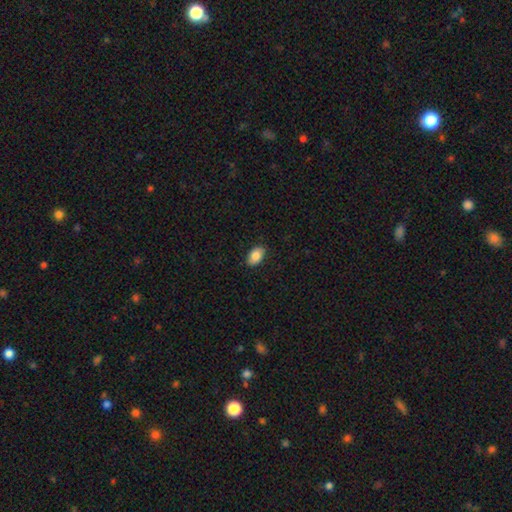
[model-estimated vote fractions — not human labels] Q: Smooth or featured?
A: smooth (86%); runner-up: star or artifact (7%)
Q: How rounded?
A: in between (91%); runner-up: round (8%)
Q: Merging?
A: none (88%); runner-up: minor disturbance (10%)